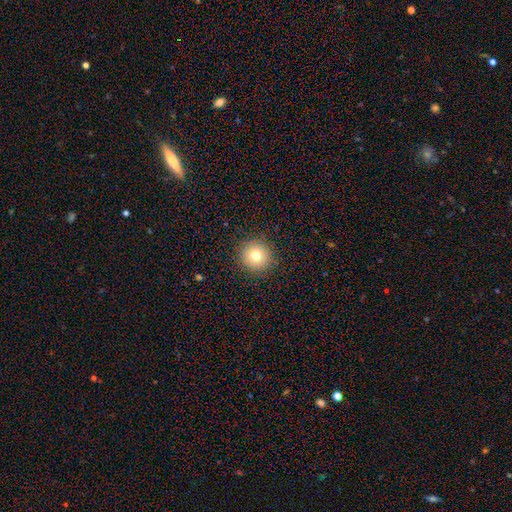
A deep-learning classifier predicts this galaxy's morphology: Smooth or featured: smooth — 76% (star or artifact — 13%)
How rounded: round — 95% (in between — 4%)
Merging: none — 91% (minor disturbance — 6%)